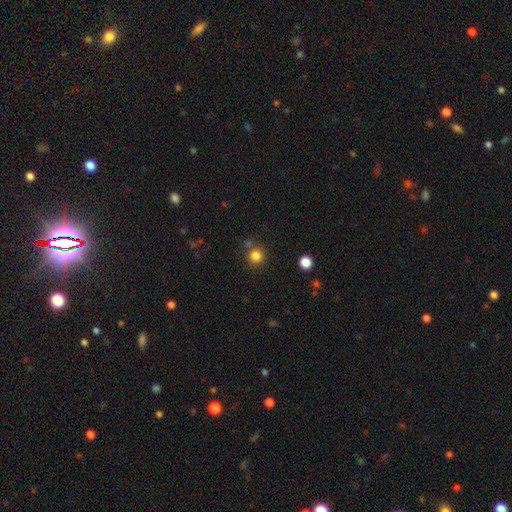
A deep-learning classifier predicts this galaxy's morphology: A smooth galaxy with no disk features (83%) that is round (94%). Merging: none (80%).